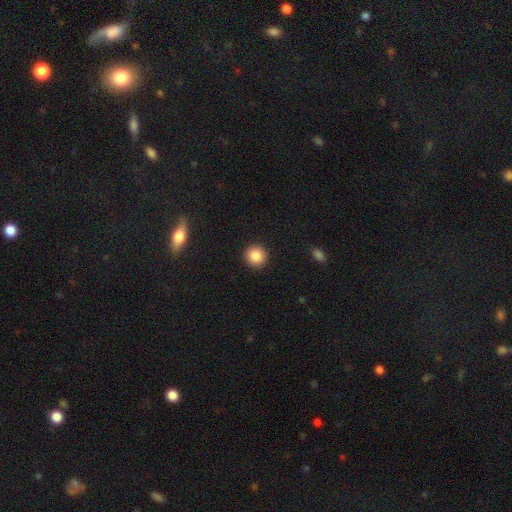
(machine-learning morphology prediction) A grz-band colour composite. It shows a smooth galaxy with no disk features (87%) that is round (95%). Merging: none (92%).